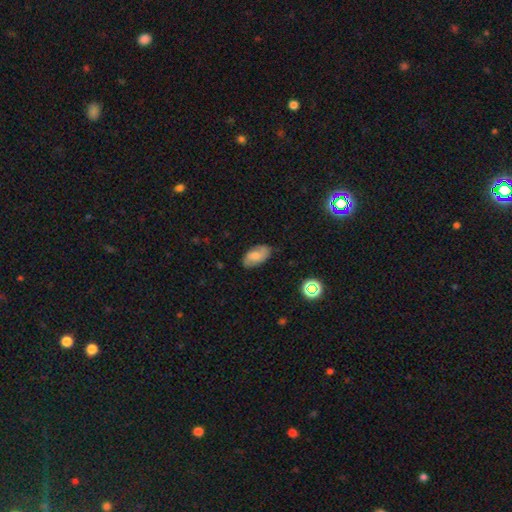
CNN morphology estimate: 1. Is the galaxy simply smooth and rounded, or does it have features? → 62% smooth, 29% featured or disk, 9% star or artifact.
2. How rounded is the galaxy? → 93% in between, 4% round, 2% cigar-shaped.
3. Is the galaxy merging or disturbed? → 76% none, 19% minor disturbance, 4% major disturbance, 1% merger.